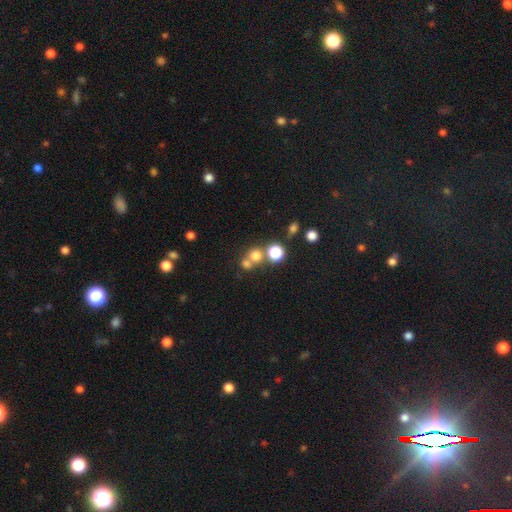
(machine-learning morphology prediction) The model was most divided on "merging": none: 53%, merger: 36%, minor disturbance: 7%, major disturbance: 4%. More confident: how rounded — round (87%); smooth or featured — smooth (69%).